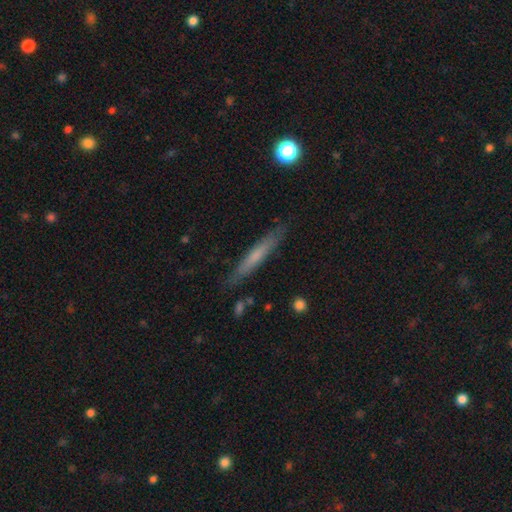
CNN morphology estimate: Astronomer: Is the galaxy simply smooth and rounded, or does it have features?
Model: smooth — 55% (runner-up: featured or disk, 38%).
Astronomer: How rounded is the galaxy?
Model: cigar-shaped — 94%.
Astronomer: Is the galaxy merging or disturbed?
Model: none — 84%.